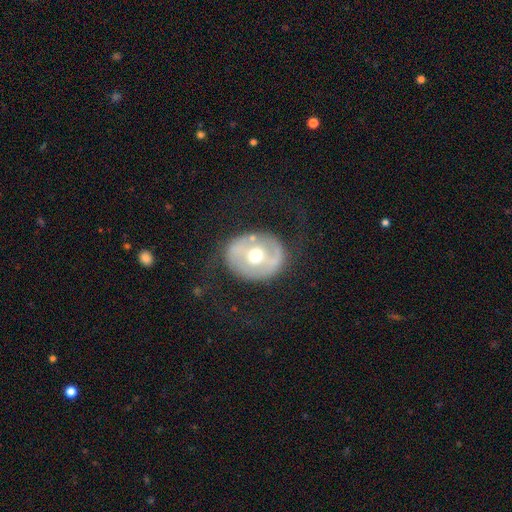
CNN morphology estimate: type=featured or disk (59%); edge-on=no (95%); bar=no (56%); spiral arms=no (72%); bulge=moderate (76%); merging=none (70%).